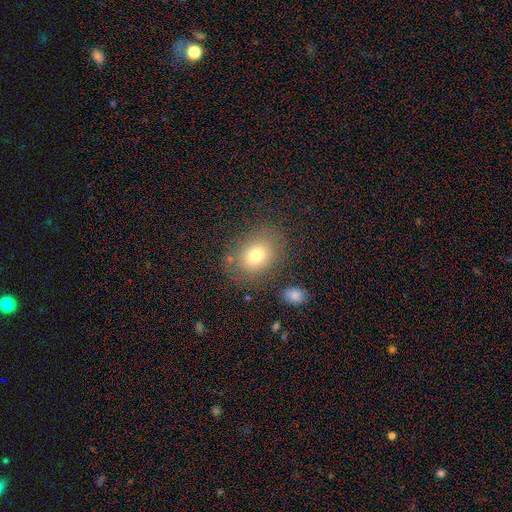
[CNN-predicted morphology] Smooth or featured? Predicted: smooth (p=0.75). How rounded? Predicted: in between (p=0.56). Merging? Predicted: none (p=0.77).